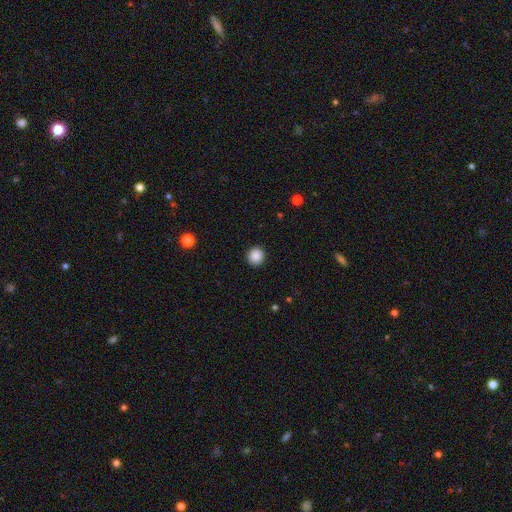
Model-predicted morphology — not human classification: smooth 88%, star or artifact 9%, featured or disk 2%. Down the decision tree: how rounded — round (94%); merging — none (92%).